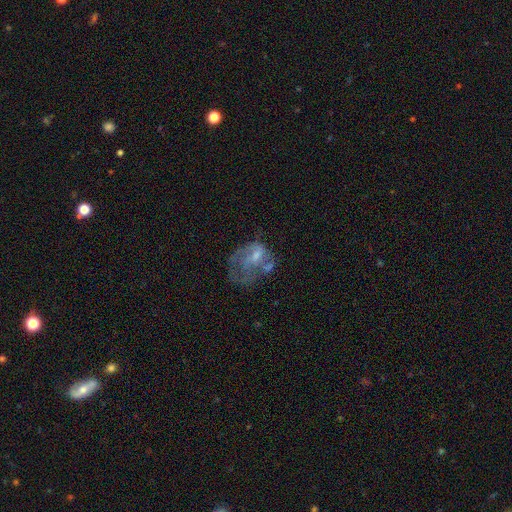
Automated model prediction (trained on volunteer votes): Overall: featured or disk (58%; smooth 29%). Edge-on disk: no (97%). Bar: no (61%; weak 32%). Spiral arms: no (62%; yes 38%). Bulge size: small (41%; moderate 31%). Merging: major disturbance (38%; none 28%).